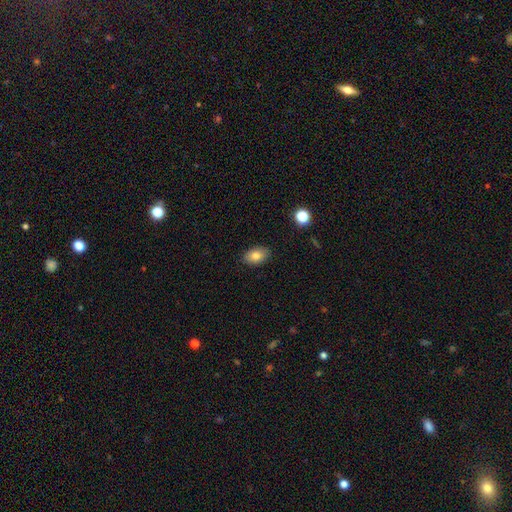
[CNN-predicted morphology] Smooth or featured?
  - smooth: 82% *
  - featured or disk: 10%
  - star or artifact: 8%
How rounded?
  - in between: 89% *
  - round: 10%
  - cigar-shaped: 1%
Merging?
  - none: 88% *
  - minor disturbance: 9%
  - major disturbance: 2%
  - merger: 1%